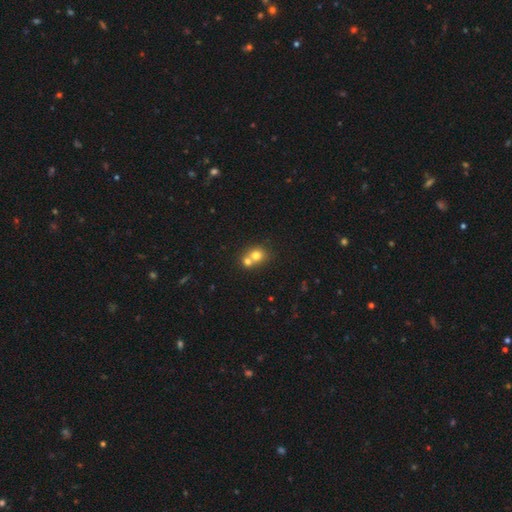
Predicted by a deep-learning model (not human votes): Smooth or featured? smooth (74%)
How rounded? round (79%)
Merging? merger (57%)